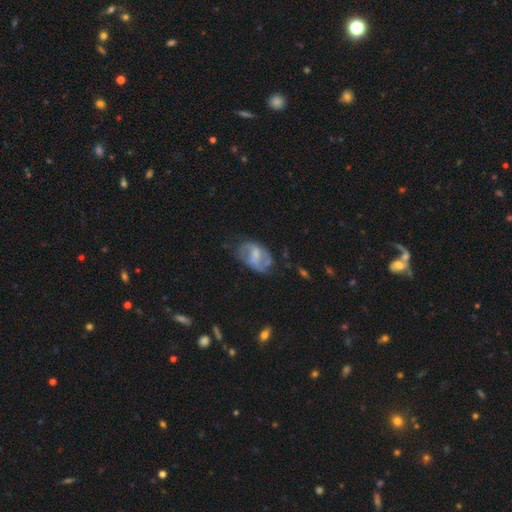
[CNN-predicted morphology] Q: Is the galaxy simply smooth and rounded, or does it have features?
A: featured or disk — 54%.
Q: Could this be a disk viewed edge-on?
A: no — 96%.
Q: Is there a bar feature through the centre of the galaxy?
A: weak — 44%.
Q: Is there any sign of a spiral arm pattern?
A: yes — 55%.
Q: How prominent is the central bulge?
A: moderate — 34%.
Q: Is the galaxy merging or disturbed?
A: none — 46%.